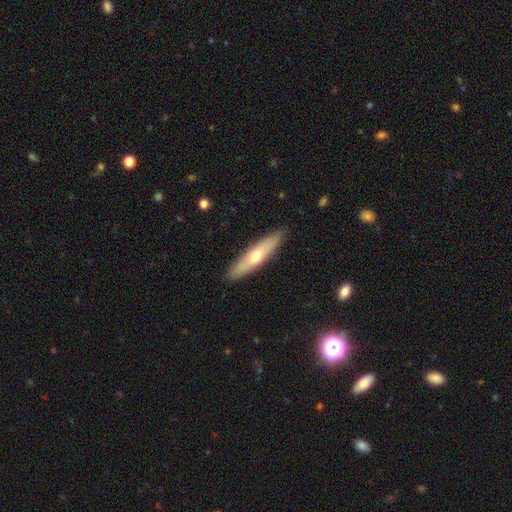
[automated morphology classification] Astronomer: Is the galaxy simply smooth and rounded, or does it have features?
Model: smooth — 52% (runner-up: featured or disk, 42%).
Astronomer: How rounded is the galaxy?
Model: cigar-shaped — 78%.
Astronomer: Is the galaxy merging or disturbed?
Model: none — 89%.